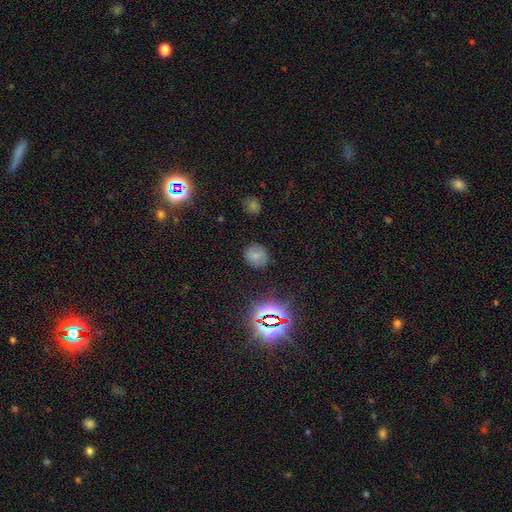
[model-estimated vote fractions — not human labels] Overall: smooth (71%). How rounded: round (74%). Merging: none (84%).